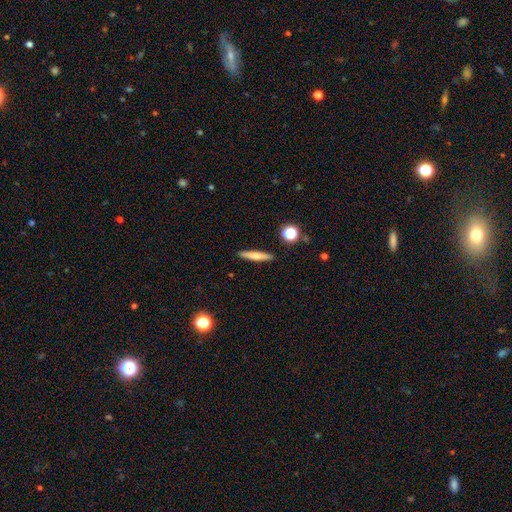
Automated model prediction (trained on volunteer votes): Morphology: type=smooth (62%); roundness=cigar-shaped (90%); merging=none (90%).